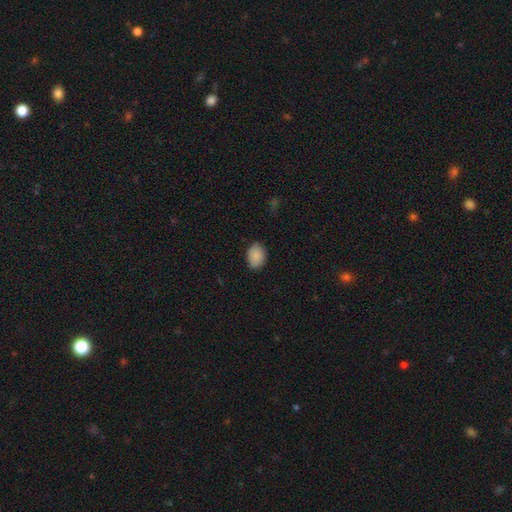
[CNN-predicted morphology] smooth_or_featured: smooth (p=0.88) [alt: star or artifact p=0.07]
how_rounded: in between (p=0.72) [alt: round p=0.27]
merging: none (p=0.83) [alt: minor disturbance p=0.13]